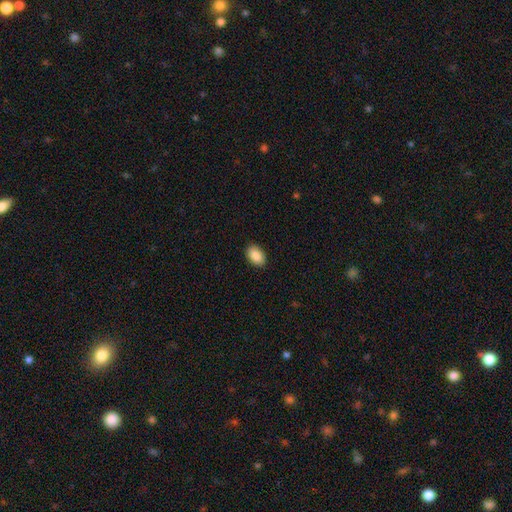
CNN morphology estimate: The model was most divided on "smooth or featured": smooth: 89%, star or artifact: 7%, featured or disk: 5%. More confident: how rounded — in between (91%); merging — none (90%).